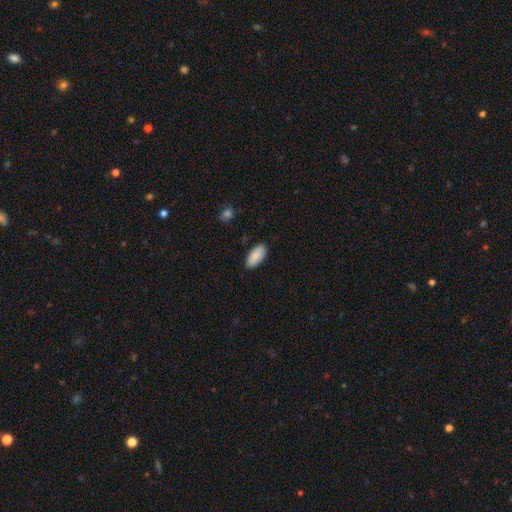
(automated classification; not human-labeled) Smooth or featured: smooth — 89% (star or artifact — 6%)
How rounded: in between — 92% (cigar-shaped — 6%)
Merging: none — 88% (minor disturbance — 9%)